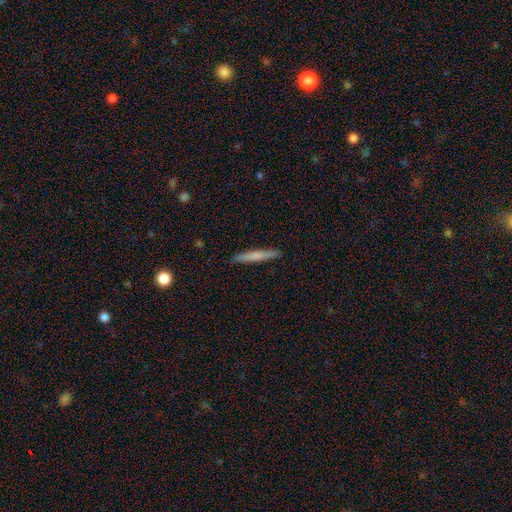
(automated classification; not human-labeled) A smooth galaxy with no disk features (67%) that is cigar-shaped (96%).

Vote fractions:
- Smooth or featured? smooth: 67% / featured or disk: 28% / star or artifact: 5%
- How rounded? cigar-shaped: 96% / in between: 3% / round: 1%
- Merging? none: 91% / minor disturbance: 7% / major disturbance: 1% / merger: 1%